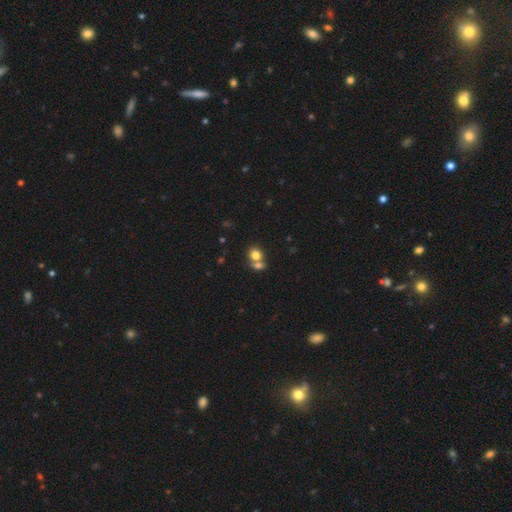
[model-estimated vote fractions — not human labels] Q: Smooth or featured?
A: smooth (79%); runner-up: star or artifact (11%)
Q: How rounded?
A: round (71%); runner-up: in between (28%)
Q: Merging?
A: merger (49%); runner-up: none (41%)